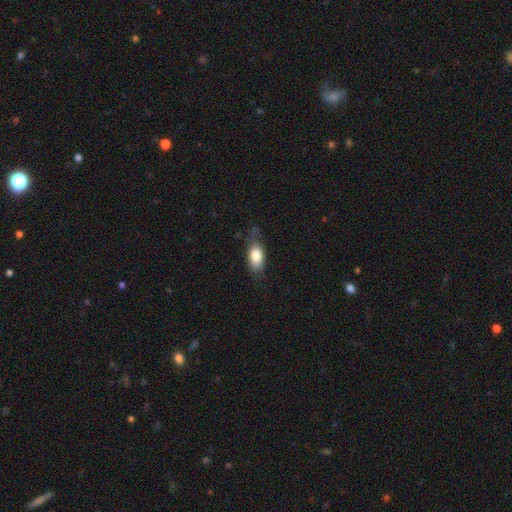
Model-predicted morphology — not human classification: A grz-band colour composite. It shows a smooth galaxy with no disk features (79%) that is in between round and cigar-shaped (88%). Merging: none (60%).